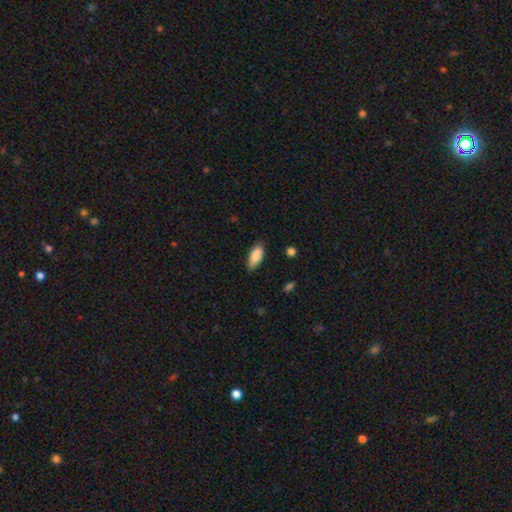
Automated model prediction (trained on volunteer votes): Smooth or featured? Predicted: smooth (p=0.88). How rounded? Predicted: in between (p=0.85). Merging? Predicted: none (p=0.79).